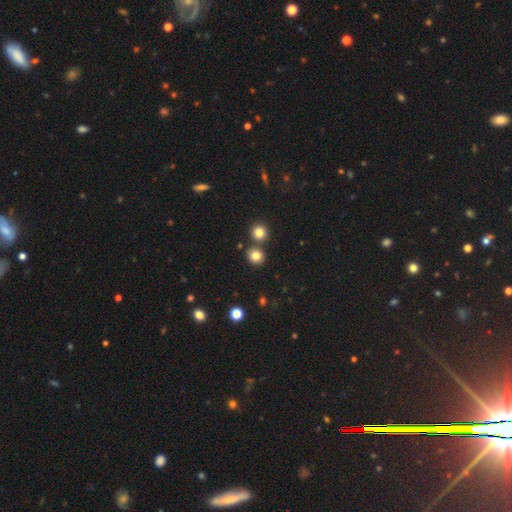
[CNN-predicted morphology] Smooth or featured: smooth — 81% (star or artifact — 13%)
How rounded: round — 87% (in between — 12%)
Merging: none — 79% (merger — 12%)